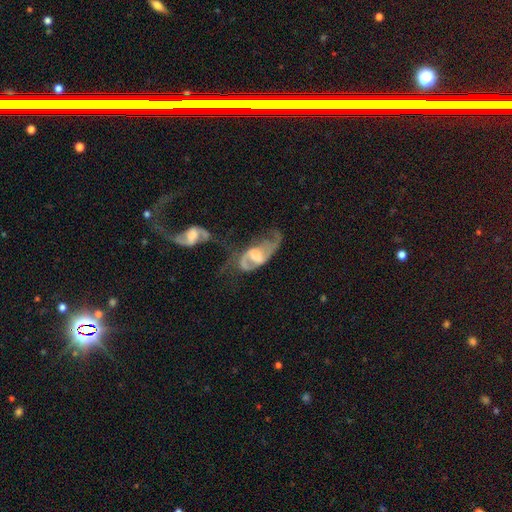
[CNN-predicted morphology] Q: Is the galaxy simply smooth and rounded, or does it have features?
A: featured or disk — 80%.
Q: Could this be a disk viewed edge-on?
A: no — 94%.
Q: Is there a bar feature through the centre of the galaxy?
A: weak — 44%.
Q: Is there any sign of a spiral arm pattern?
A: yes — 89%.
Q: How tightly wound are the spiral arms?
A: loose — 43%.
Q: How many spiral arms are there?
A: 2 — 76%.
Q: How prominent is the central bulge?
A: moderate — 51%.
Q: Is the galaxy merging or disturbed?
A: merger — 32%.